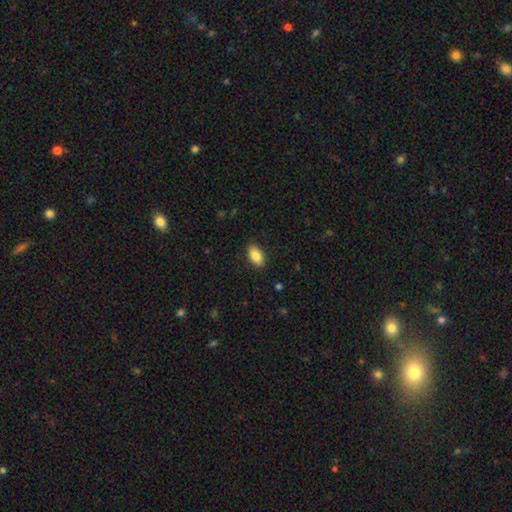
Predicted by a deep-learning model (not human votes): smooth_or_featured: smooth (p=0.86) [alt: star or artifact p=0.07]
how_rounded: in between (p=0.93) [alt: round p=0.05]
merging: none (p=0.88) [alt: minor disturbance p=0.09]